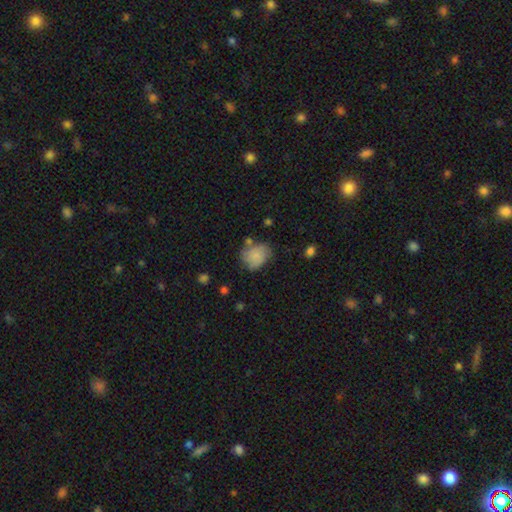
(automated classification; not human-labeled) Morphology: type=smooth (73%); roundness=round (59%); merging=none (55%).